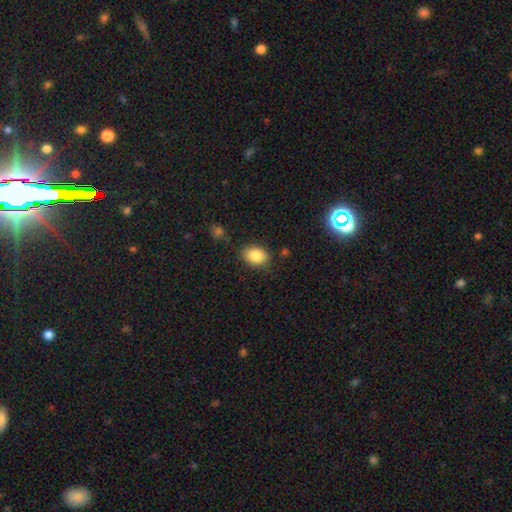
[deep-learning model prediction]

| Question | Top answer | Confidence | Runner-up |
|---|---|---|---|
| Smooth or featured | smooth | 86% | star or artifact (8%) |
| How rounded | in between | 69% | round (30%) |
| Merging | none | 80% | minor disturbance (14%) |